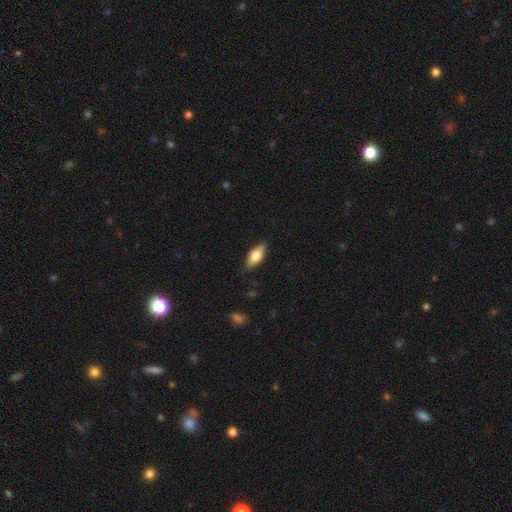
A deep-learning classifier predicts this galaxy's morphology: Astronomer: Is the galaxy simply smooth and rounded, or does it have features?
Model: smooth — 66%.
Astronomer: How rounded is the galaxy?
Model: in between — 79%.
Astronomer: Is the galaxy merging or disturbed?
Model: none — 85%.